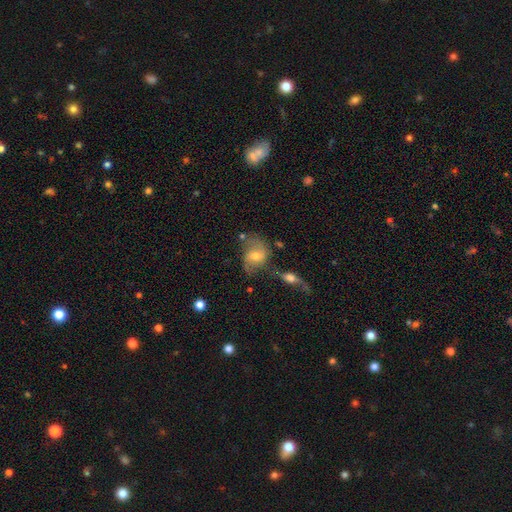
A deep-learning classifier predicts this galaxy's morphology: Smooth or featured?
  - featured or disk: 59% *
  - smooth: 31%
  - star or artifact: 9%
Edge-on disk?
  - no: 95% *
  - yes: 5%
Bar?
  - no: 48% *
  - weak: 41%
  - strong: 11%
Spiral arms?
  - yes: 83% *
  - no: 17%
Bulge size?
  - moderate: 57% *
  - small: 34%
  - large: 5%
  - none: 2%
  - dominant: 1%
Merging?
  - none: 44% *
  - merger: 24%
  - minor disturbance: 19%
  - major disturbance: 14%